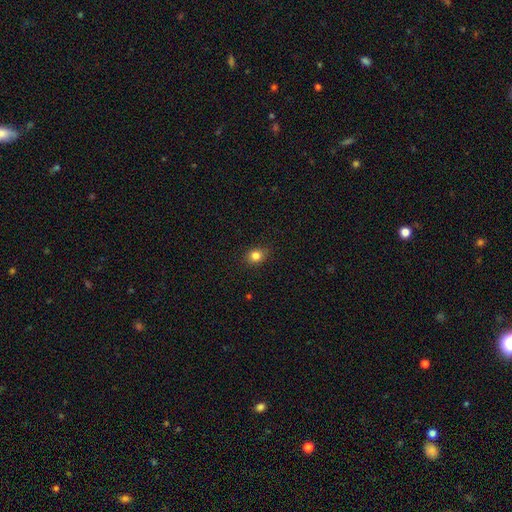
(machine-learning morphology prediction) Smooth or featured? Predicted: smooth (p=0.83). How rounded? Predicted: round (p=0.62). Merging? Predicted: none (p=0.88).